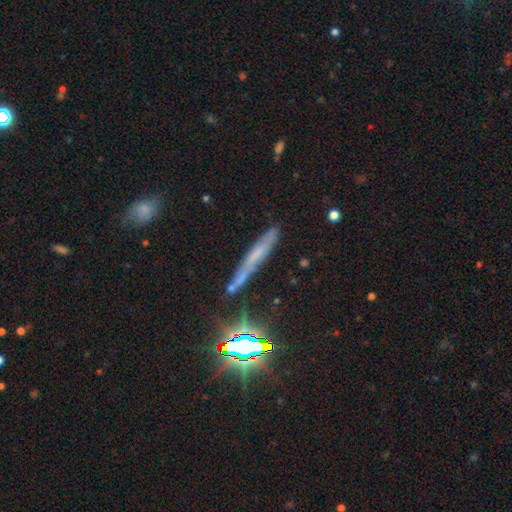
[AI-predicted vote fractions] smooth_or_featured: smooth (p=0.39) [alt: featured or disk p=0.37]
merging: none (p=0.69) [alt: minor disturbance p=0.20]